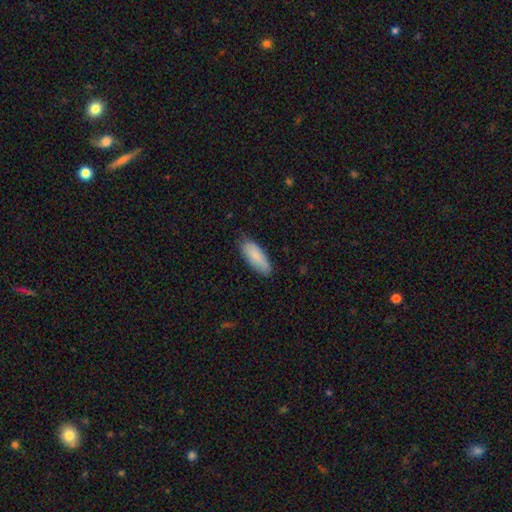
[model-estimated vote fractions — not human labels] Smooth or featured: smooth — 85% (featured or disk — 10%)
How rounded: in between — 73% (cigar-shaped — 25%)
Merging: none — 78% (minor disturbance — 18%)